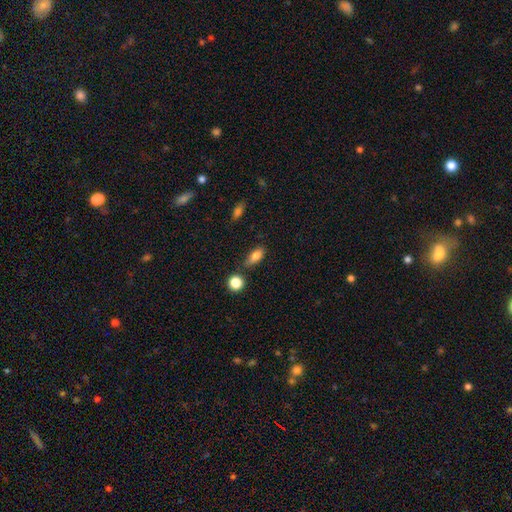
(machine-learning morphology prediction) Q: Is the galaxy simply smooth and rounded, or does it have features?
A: smooth — 81%.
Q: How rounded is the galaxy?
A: in between — 79%.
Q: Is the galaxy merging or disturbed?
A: none — 67%.